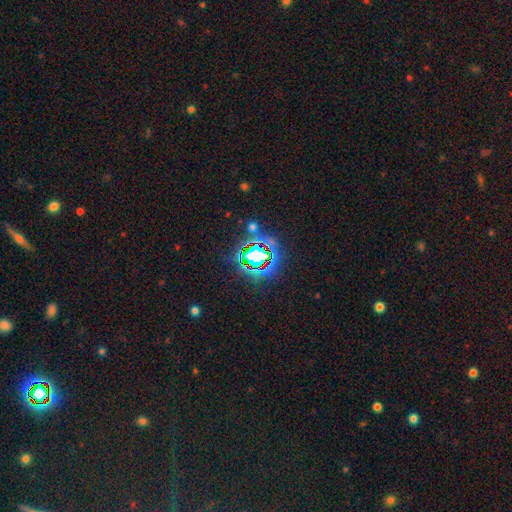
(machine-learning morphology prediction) smooth_or_featured: star or artifact (p=0.73) [alt: smooth p=0.15]